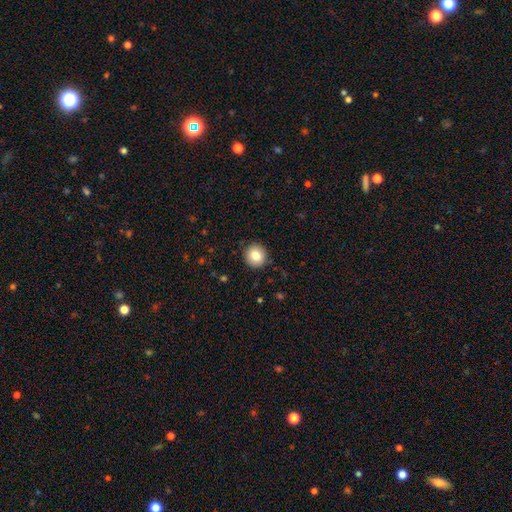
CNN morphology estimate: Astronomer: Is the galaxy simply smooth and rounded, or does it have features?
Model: smooth — 82%.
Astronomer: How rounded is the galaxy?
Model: round — 92%.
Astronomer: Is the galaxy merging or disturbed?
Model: none — 91%.